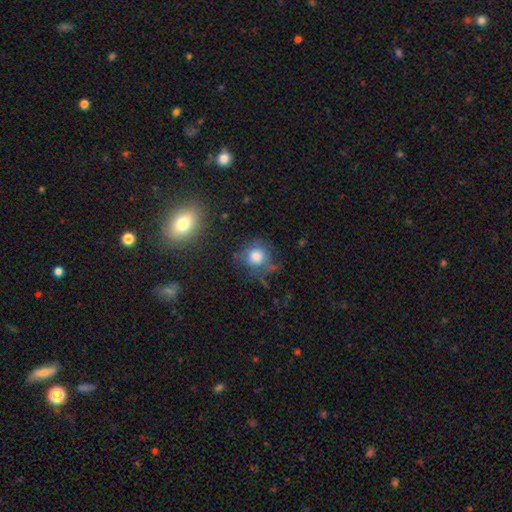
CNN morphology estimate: smooth_or_featured: smooth (p=0.74) [alt: star or artifact p=0.14]
how_rounded: round (p=0.85) [alt: in between p=0.14]
merging: none (p=0.63) [alt: minor disturbance p=0.21]